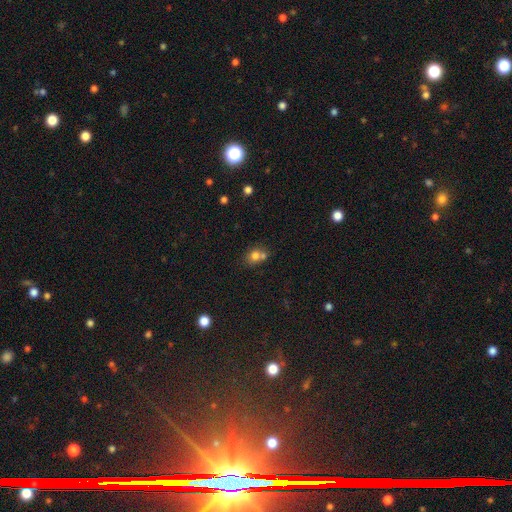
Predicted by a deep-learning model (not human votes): Smooth or featured? smooth (75%)
How rounded? round (64%)
Merging? merger (45%)